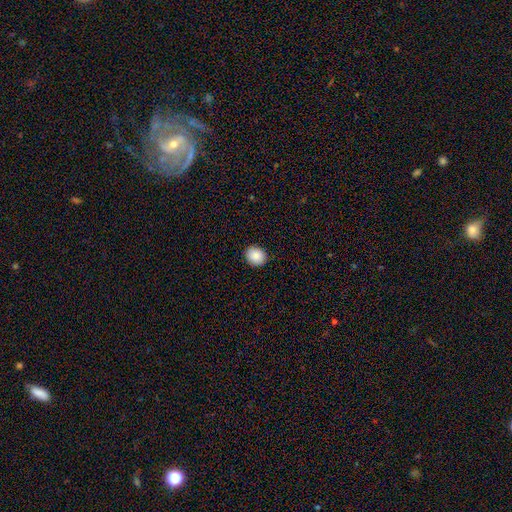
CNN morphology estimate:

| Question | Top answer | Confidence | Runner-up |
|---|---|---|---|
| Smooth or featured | smooth | 88% | star or artifact (8%) |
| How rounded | round | 69% | in between (30%) |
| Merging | none | 91% | minor disturbance (7%) |